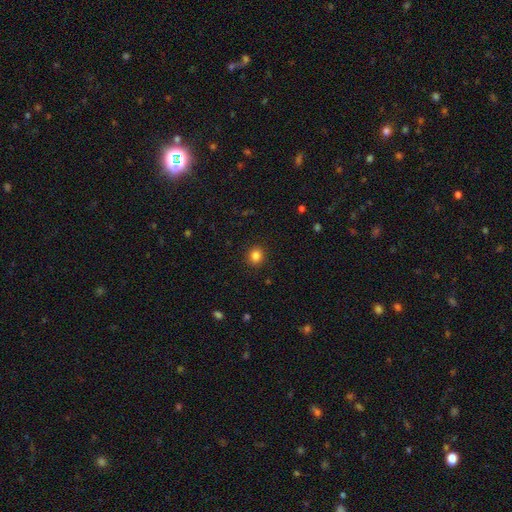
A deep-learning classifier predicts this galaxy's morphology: smooth 84%, star or artifact 11%, featured or disk 5%. Down the decision tree: how rounded — round (71%); merging — none (90%).